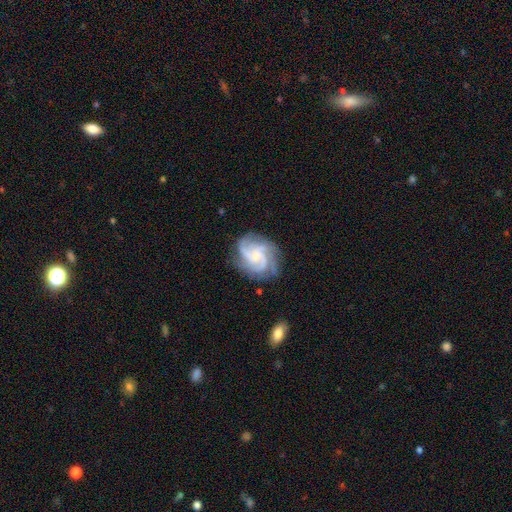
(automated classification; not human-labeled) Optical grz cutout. It shows a featured or disk galaxy (87%) with no bar (60%), 3 (46%) medium (46%) spiral arms (98%) and a small central bulge (61%). Merging: none (75%).